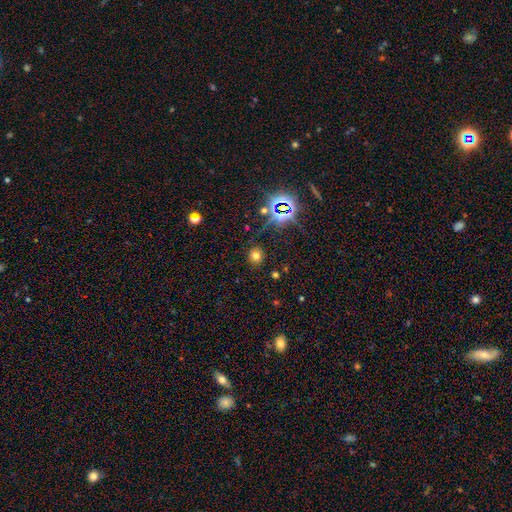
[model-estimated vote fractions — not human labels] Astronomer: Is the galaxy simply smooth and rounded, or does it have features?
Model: smooth — 66%.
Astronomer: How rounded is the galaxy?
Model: round — 84%.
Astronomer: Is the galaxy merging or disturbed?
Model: none — 86%.